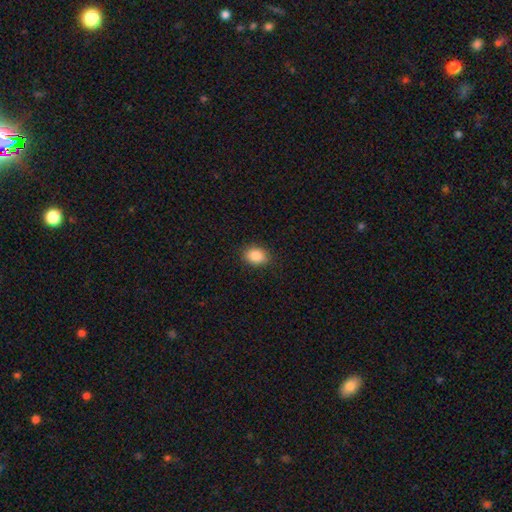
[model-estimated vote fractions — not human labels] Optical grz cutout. It shows a smooth galaxy with no disk features (87%) that is in between round and cigar-shaped (71%). Merging: none (87%).